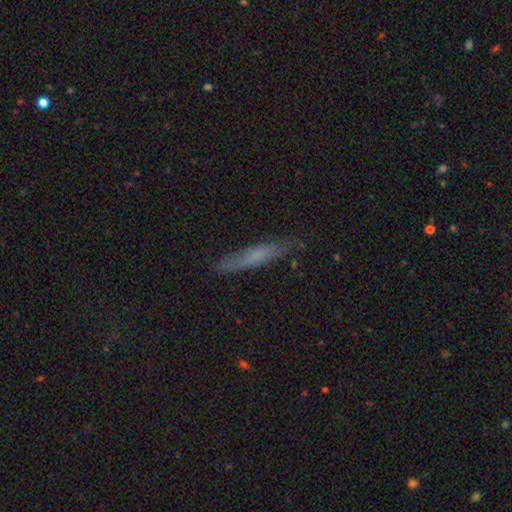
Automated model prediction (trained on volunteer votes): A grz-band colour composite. It shows a smooth galaxy with no disk features (57%) that is cigar-shaped (91%). Merging: none (80%).